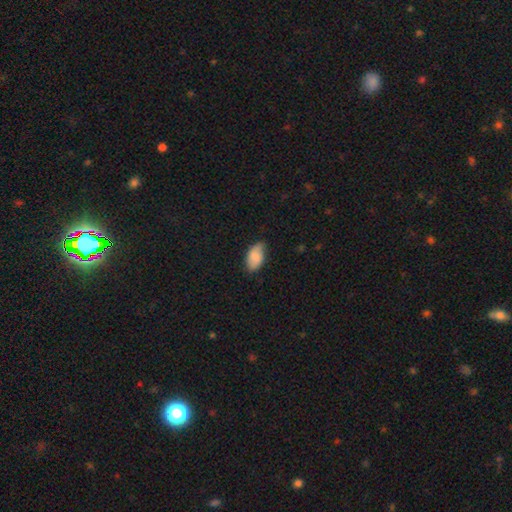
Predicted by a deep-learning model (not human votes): The model was most divided on "merging": none: 71%, minor disturbance: 24%, major disturbance: 3%, merger: 1%. More confident: how rounded — in between (94%); smooth or featured — smooth (79%).